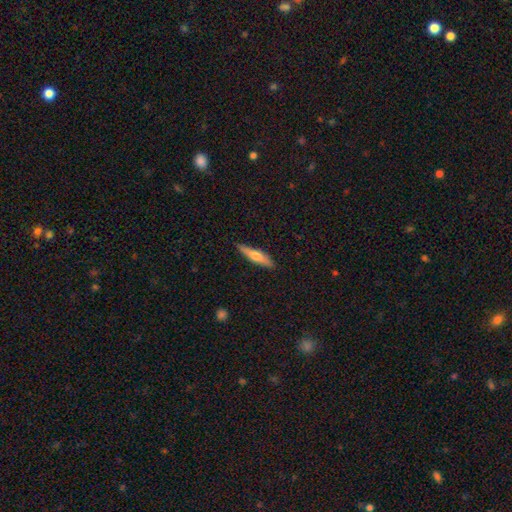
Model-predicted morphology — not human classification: This appears to be a smooth galaxy with no disk features (51%) that is cigar-shaped (81%). Merging: none (88%).